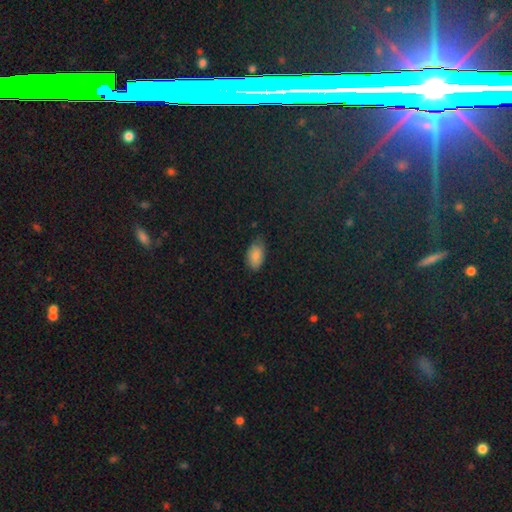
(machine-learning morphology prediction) Smooth or featured?
  - smooth: 85% *
  - star or artifact: 8%
  - featured or disk: 7%
How rounded?
  - in between: 93% *
  - round: 5%
  - cigar-shaped: 2%
Merging?
  - none: 66% *
  - minor disturbance: 28%
  - major disturbance: 4%
  - merger: 1%